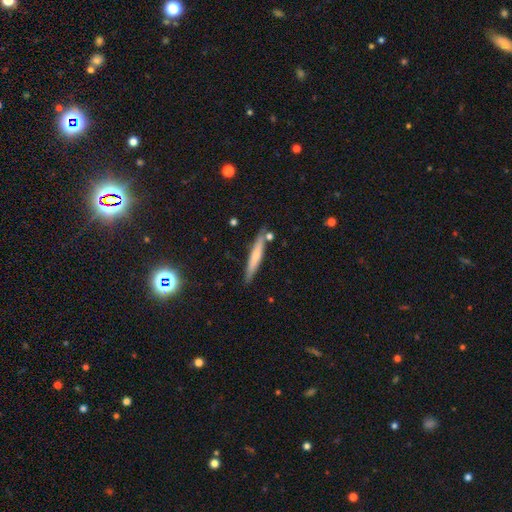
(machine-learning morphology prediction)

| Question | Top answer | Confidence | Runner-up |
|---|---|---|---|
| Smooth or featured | smooth | 55% | featured or disk (38%) |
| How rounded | cigar-shaped | 94% | in between (5%) |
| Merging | none | 82% | minor disturbance (11%) |